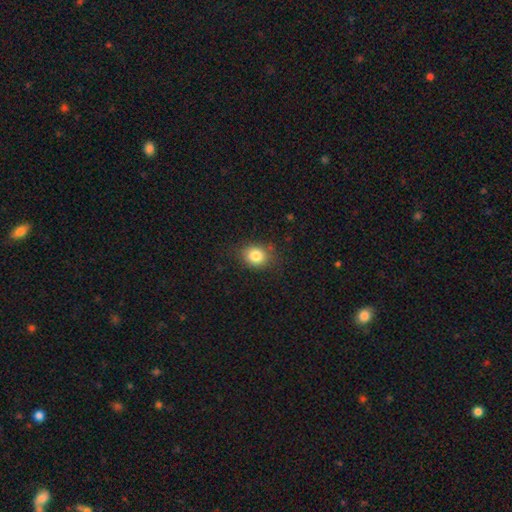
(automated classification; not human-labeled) Smooth or featured? Predicted: smooth (p=0.83). How rounded? Predicted: round (p=0.63). Merging? Predicted: none (p=0.81).